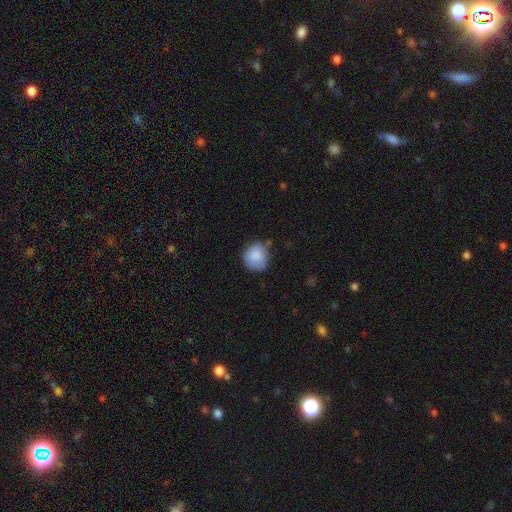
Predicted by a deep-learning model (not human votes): Q: Smooth or featured?
A: smooth (85%); runner-up: featured or disk (7%)
Q: How rounded?
A: round (86%); runner-up: in between (13%)
Q: Merging?
A: none (70%); runner-up: minor disturbance (23%)